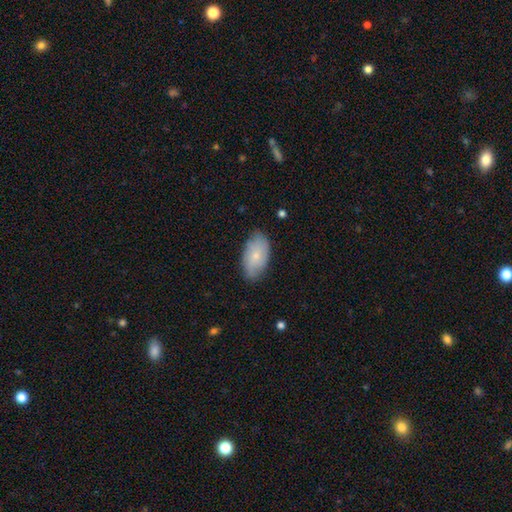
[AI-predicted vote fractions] This appears to be a smooth galaxy with no disk features (63%) that is in between round and cigar-shaped (93%). Merging: none (78%).